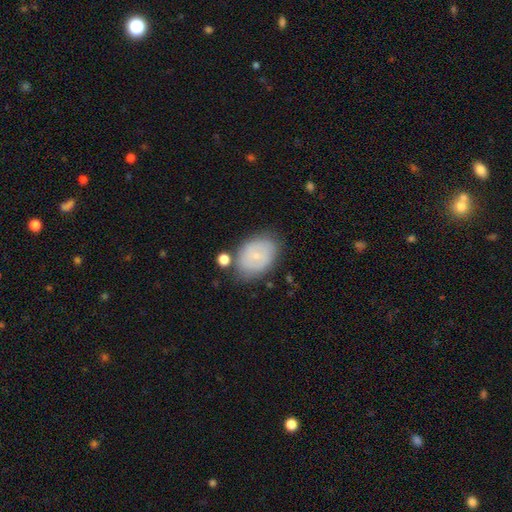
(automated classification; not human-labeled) smooth-or-featured: smooth: 54% | featured or disk: 38% | star or artifact: 8%
  how-rounded: in between: 78% | round: 20% | cigar-shaped: 1%
  merging: none: 71% | minor disturbance: 19% | major disturbance: 5% | merger: 5%